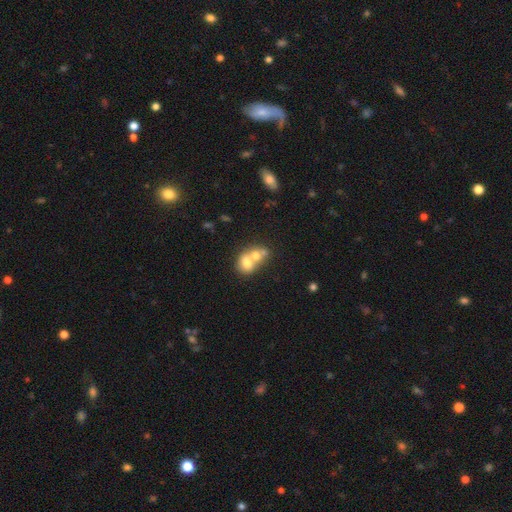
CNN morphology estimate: Q: Smooth or featured?
A: smooth (66%); runner-up: featured or disk (25%)
Q: How rounded?
A: round (51%); runner-up: in between (48%)
Q: Merging?
A: merger (76%); runner-up: none (16%)